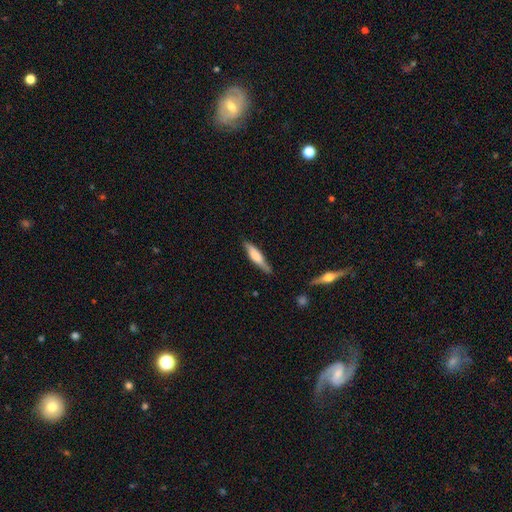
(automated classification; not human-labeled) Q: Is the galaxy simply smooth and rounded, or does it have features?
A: smooth — 60%.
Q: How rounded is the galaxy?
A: cigar-shaped — 78%.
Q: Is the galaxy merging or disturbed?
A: none — 77%.